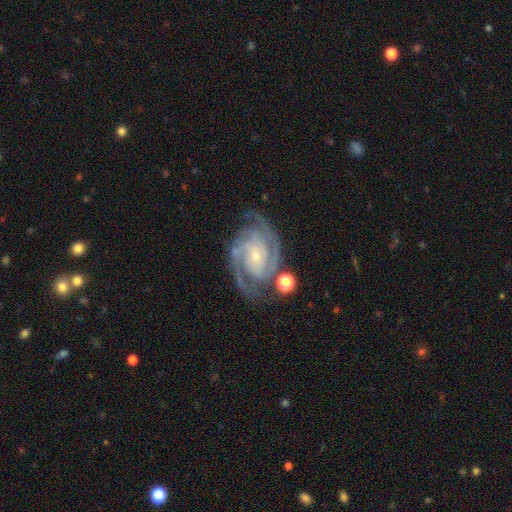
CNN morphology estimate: A featured or disk galaxy (92%) with no bar (64%), 2 (43%) tight (61%) spiral arms (99%) and a small central bulge (80%).

Vote fractions:
- Smooth or featured? featured or disk: 92% / star or artifact: 5% / smooth: 3%
- Edge-on disk? no: 98% / yes: 2%
- Bar? no: 64% / weak: 25% / strong: 11%
- Spiral arms? yes: 99% / no: 1%
- Spiral winding? tight: 61% / medium: 36% / loose: 4%
- Spiral arm count? 2: 43% / 3: 32% / 4: 9% / can't tell: 7% / more than 4: 4% / 1: 4%
- Bulge size? small: 80% / moderate: 16% / none: 2% / large: 1% / dominant: 1%
- Merging? none: 74% / minor disturbance: 16% / major disturbance: 6% / merger: 4%